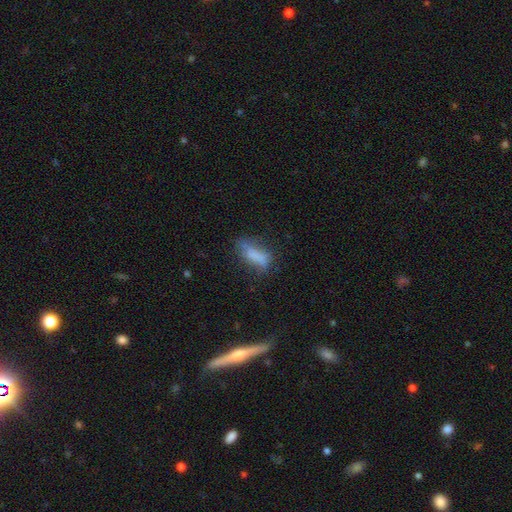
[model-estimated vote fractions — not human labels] This appears to be a smooth galaxy with no disk features (70%) that is in between round and cigar-shaped (60%). Merging: none (48%).